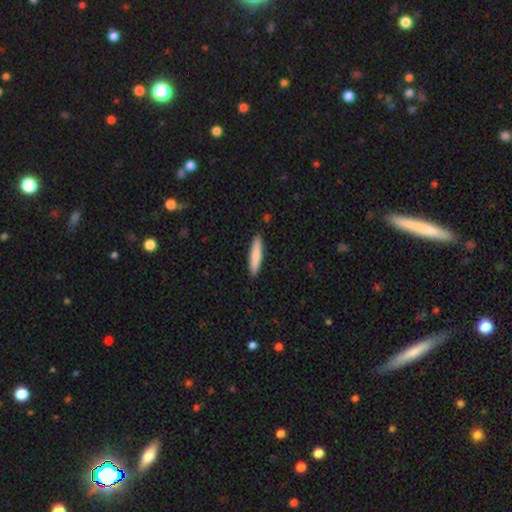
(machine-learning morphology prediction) smooth-or-featured: smooth: 83% | featured or disk: 12% | star or artifact: 5%
  how-rounded: cigar-shaped: 85% | in between: 14% | round: 1%
  merging: none: 91% | minor disturbance: 7% | major disturbance: 1% | merger: 1%